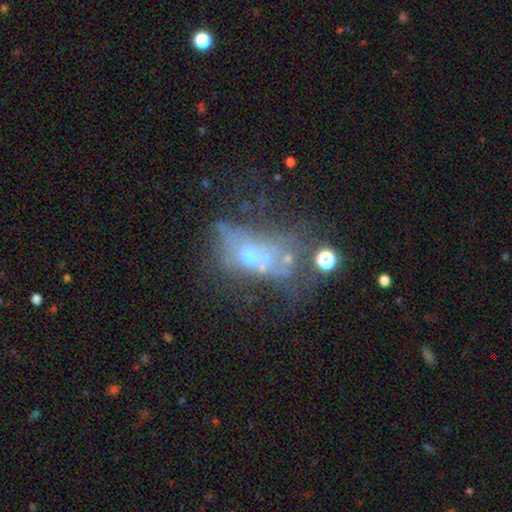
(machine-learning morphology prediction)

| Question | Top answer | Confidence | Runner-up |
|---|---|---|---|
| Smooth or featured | featured or disk | 53% | smooth (26%) |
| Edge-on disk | no | 94% | yes (6%) |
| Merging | major disturbance | 36% | merger (27%) |